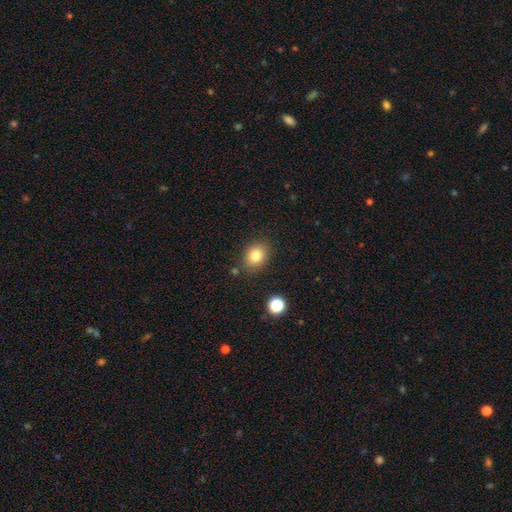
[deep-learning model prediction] Morphology: type=smooth (82%); roundness=in between (50%); merging=none (83%).